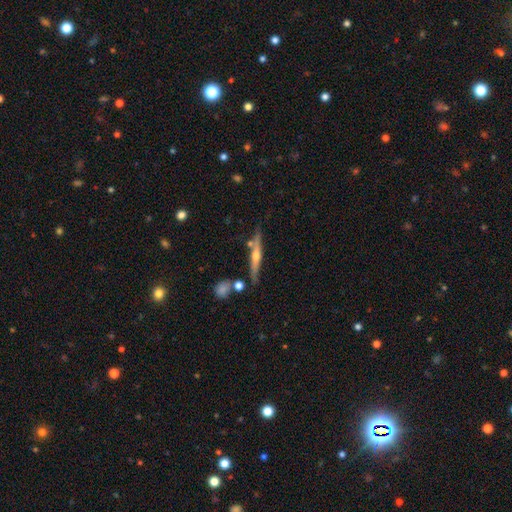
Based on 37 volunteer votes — Smooth or featured: featured or disk — 76% (smooth — 22%)
Edge-on disk: yes — 100%
Edge-on bulge: rounded — 86% (boxy — 11%)
Merging: none — 86% (minor disturbance — 8%)